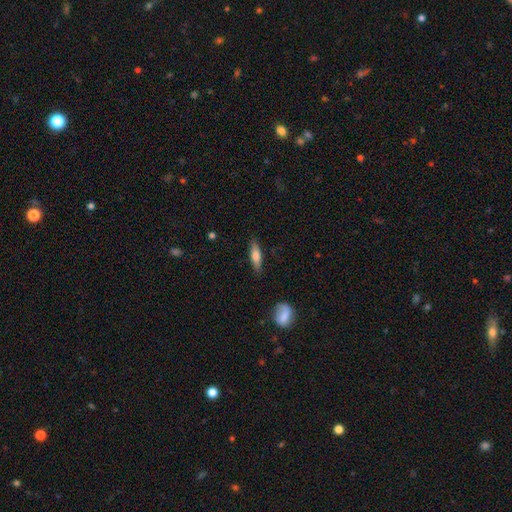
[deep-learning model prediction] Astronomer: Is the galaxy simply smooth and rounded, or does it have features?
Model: smooth — 67%.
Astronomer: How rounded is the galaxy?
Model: cigar-shaped — 60% (runner-up: in between, 37%).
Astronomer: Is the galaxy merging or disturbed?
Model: none — 85%.